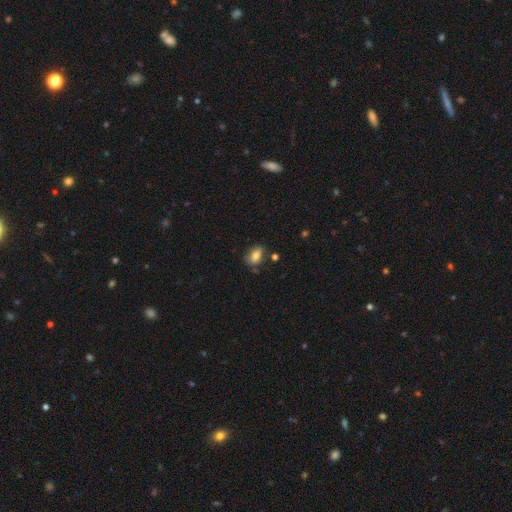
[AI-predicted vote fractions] The model was most divided on "merging": none: 74%, minor disturbance: 17%, merger: 5%, major disturbance: 4%. More confident: how rounded — in between (80%); smooth or featured — smooth (78%).